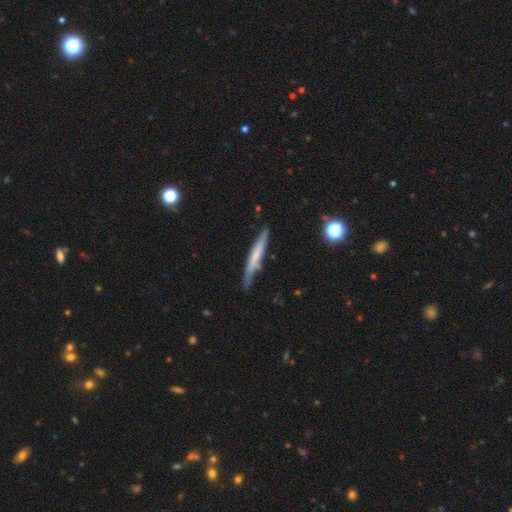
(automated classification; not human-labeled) Smooth or featured? smooth (50%)
Merging? none (77%)